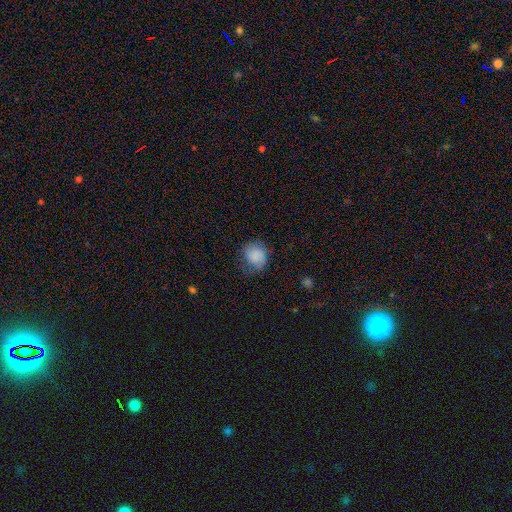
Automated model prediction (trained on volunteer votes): Smooth or featured?
  - smooth: 81% *
  - featured or disk: 11%
  - star or artifact: 8%
How rounded?
  - round: 71% *
  - in between: 28%
  - cigar-shaped: 1%
Merging?
  - none: 56% *
  - minor disturbance: 29%
  - major disturbance: 14%
  - merger: 1%